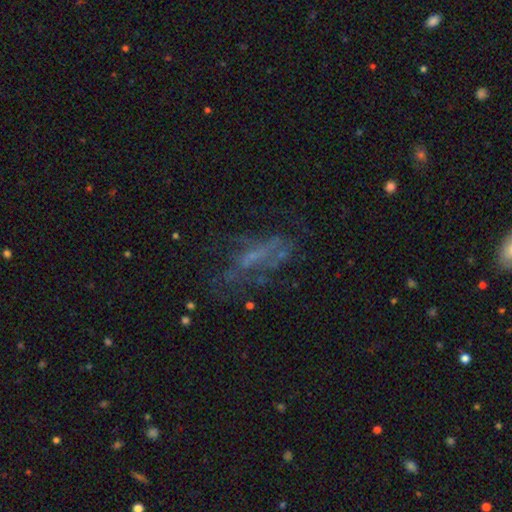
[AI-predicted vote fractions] A featured or disk galaxy (52%).

Vote fractions:
- Smooth or featured? featured or disk: 52% / smooth: 26% / star or artifact: 22%
- Edge-on disk? no: 89% / yes: 11%
- Merging? none: 46% / major disturbance: 31% / minor disturbance: 19% / merger: 5%